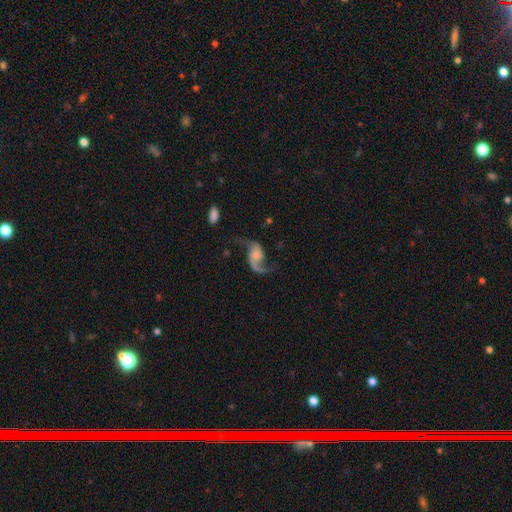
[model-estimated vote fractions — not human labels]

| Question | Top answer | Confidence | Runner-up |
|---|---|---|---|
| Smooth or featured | featured or disk | 87% | smooth (8%) |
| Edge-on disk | no | 97% | yes (3%) |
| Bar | no | 63% | weak (29%) |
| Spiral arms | yes | 96% | no (4%) |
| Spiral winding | loose | 84% | medium (13%) |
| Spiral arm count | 2 | 87% | 1 (8%) |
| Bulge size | none | 33% | small (24%) |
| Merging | none | 59% | major disturbance (19%) |